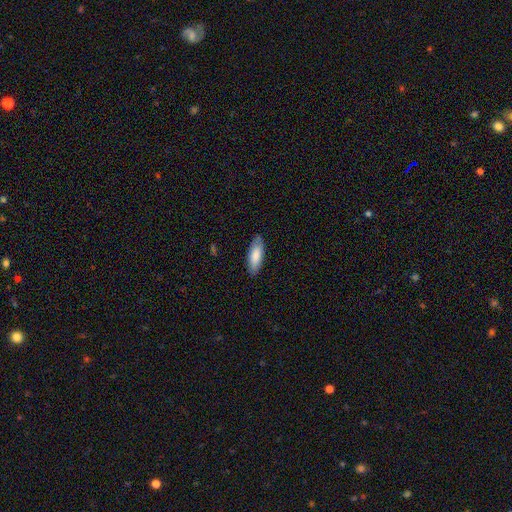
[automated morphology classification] Smooth or featured?
  - smooth: 81% *
  - featured or disk: 13%
  - star or artifact: 5%
How rounded?
  - in between: 70% *
  - cigar-shaped: 28%
  - round: 2%
Merging?
  - none: 85% *
  - minor disturbance: 12%
  - major disturbance: 2%
  - merger: 1%